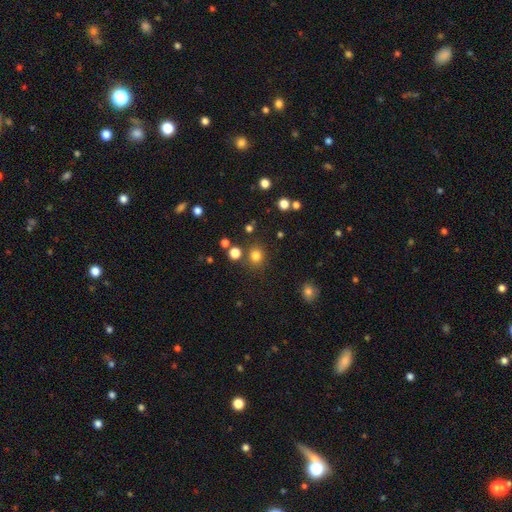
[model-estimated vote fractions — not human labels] Smooth or featured: smooth — 79% (star or artifact — 16%)
How rounded: round — 85% (in between — 14%)
Merging: none — 82% (minor disturbance — 8%)